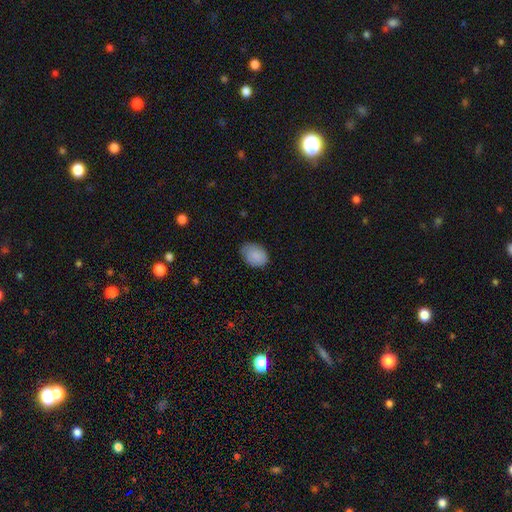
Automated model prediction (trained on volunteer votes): Smooth or featured: smooth — 86% (featured or disk — 8%)
How rounded: in between — 76% (round — 23%)
Merging: none — 66% (minor disturbance — 28%)